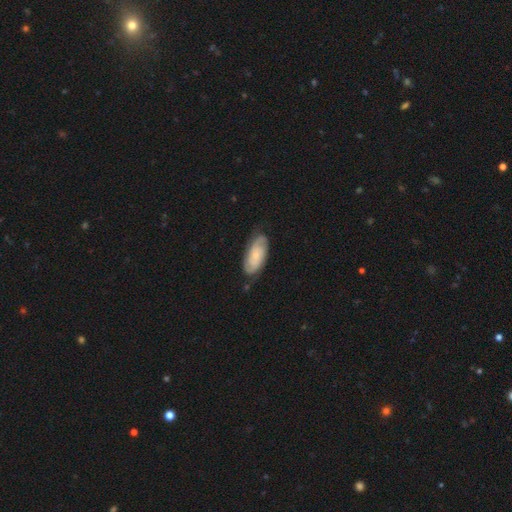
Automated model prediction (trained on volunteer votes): This is likely a featured or disk galaxy (64%). It is clearly not viewed edge-on (93%). Bar: likely no (71%). Spiral arm pattern: clearly yes (93%). Spiral arm count: likely 2 (62%). Spiral winding: possibly tight (58%). Central bulge: likely small (65%). Merging: likely none (75%).